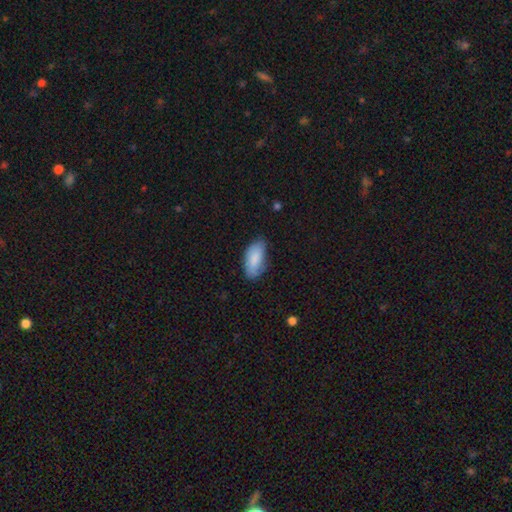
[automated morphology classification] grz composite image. It shows a smooth galaxy with no disk features (84%) that is in between round and cigar-shaped (92%). Merging: none (70%).